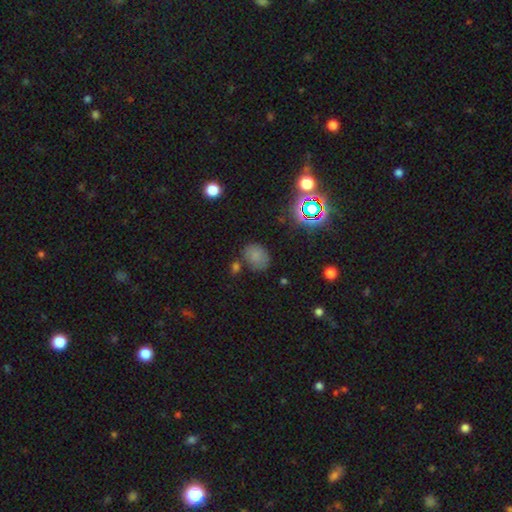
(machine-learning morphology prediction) Smooth or featured? Predicted: smooth (p=0.70). How rounded? Predicted: in between (p=0.53). Merging? Predicted: none (p=0.66).